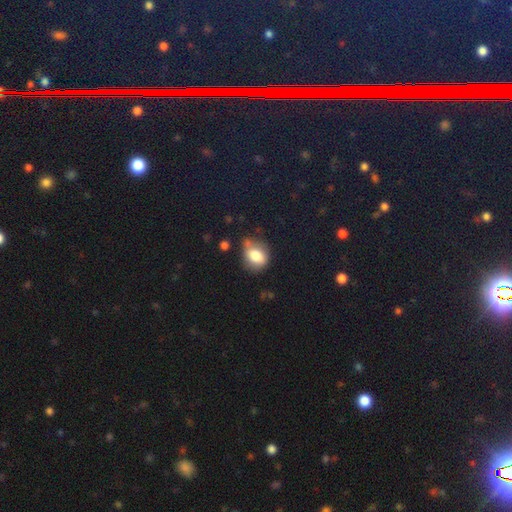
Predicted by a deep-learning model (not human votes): A smooth galaxy with no disk features (77%) that is in between round and cigar-shaped (50%). Merging: none (51%).